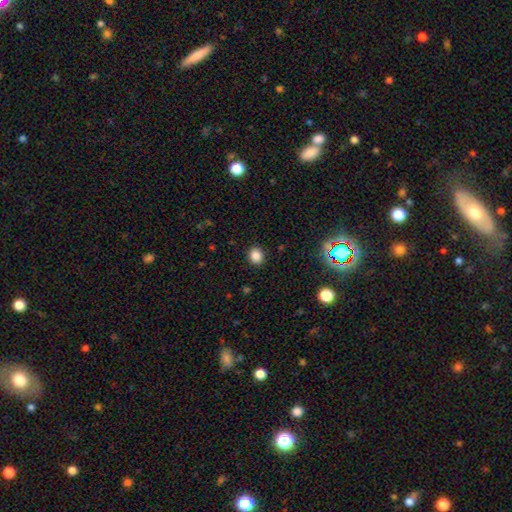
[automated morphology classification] type=smooth (85%); roundness=round (63%); merging=none (90%).